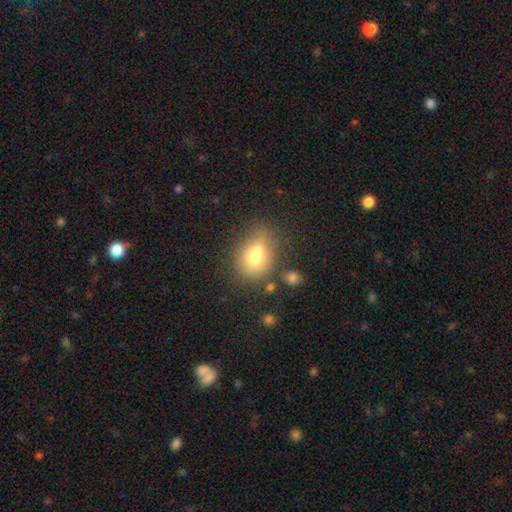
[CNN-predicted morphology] smooth 75%, featured or disk 14%, star or artifact 11%. Down the decision tree: how rounded — in between (72%); merging — none (57%).